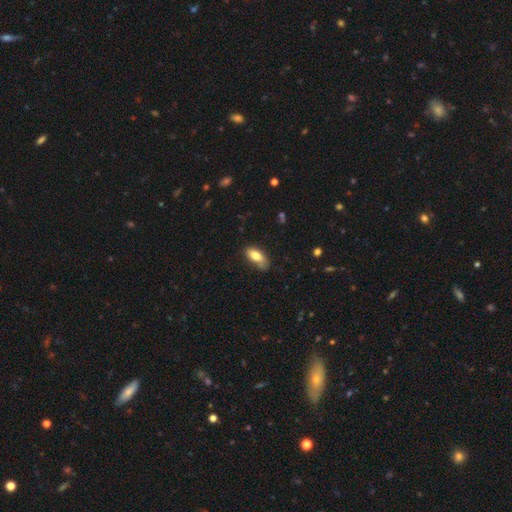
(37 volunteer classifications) Overall: smooth (81%). How rounded: in between (77%). Merging: none (49%; minor disturbance 31%).